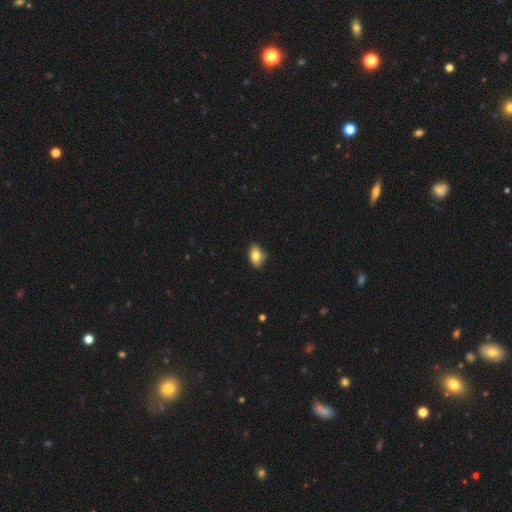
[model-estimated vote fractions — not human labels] Smooth or featured? Predicted: smooth (p=0.77). How rounded? Predicted: in between (p=0.86). Merging? Predicted: none (p=0.73).